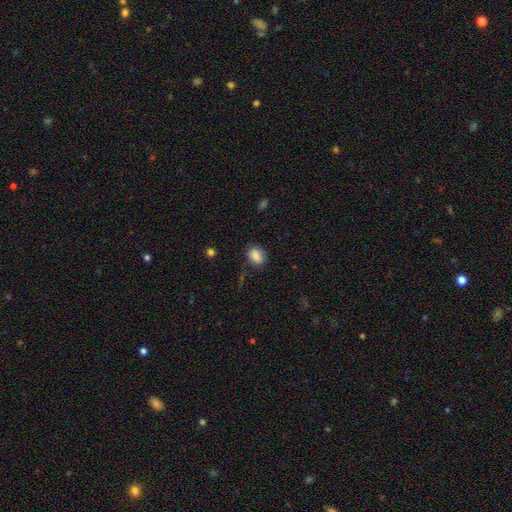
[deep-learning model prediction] smooth_or_featured: smooth (p=0.86) [alt: star or artifact p=0.09]
how_rounded: in between (p=0.73) [alt: round p=0.25]
merging: none (p=0.77) [alt: minor disturbance p=0.16]